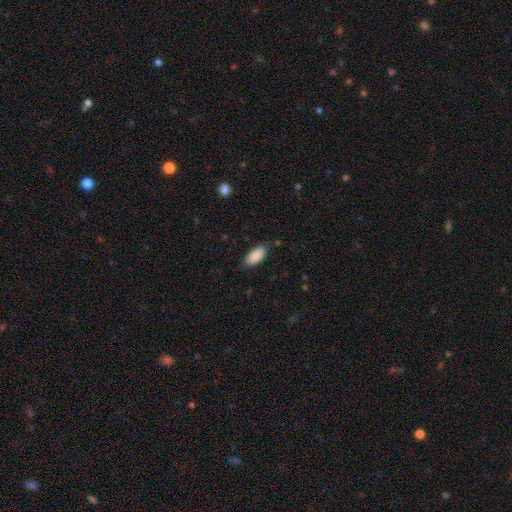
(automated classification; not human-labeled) The model was most divided on "merging": none: 80%, minor disturbance: 16%, major disturbance: 3%, merger: 1%. More confident: how rounded — in between (92%); smooth or featured — smooth (89%).